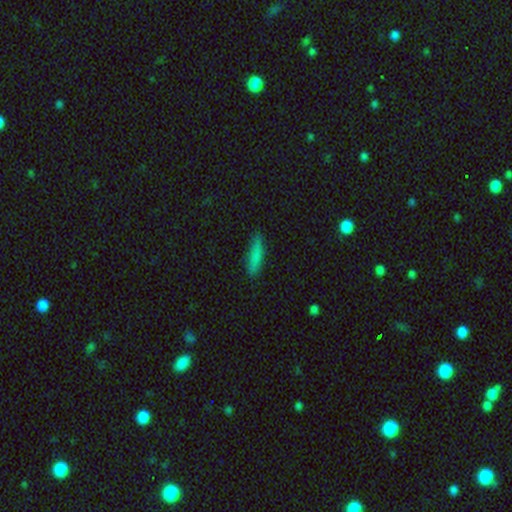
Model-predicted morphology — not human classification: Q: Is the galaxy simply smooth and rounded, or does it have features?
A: smooth — 81%.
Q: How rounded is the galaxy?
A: cigar-shaped — 79%.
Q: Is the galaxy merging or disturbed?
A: none — 83%.